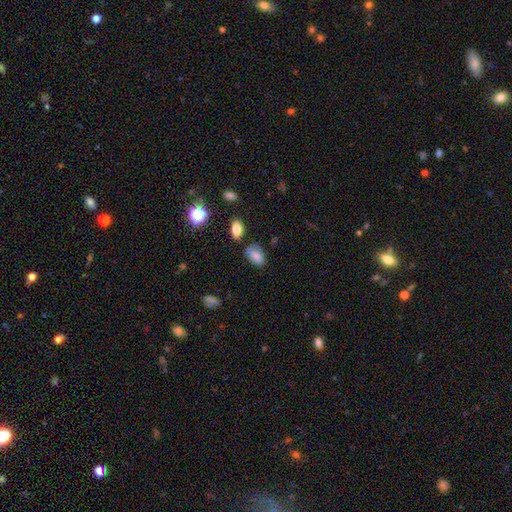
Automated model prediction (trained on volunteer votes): Smooth or featured? Predicted: smooth (p=0.79). How rounded? Predicted: in between (p=0.90). Merging? Predicted: none (p=0.63).